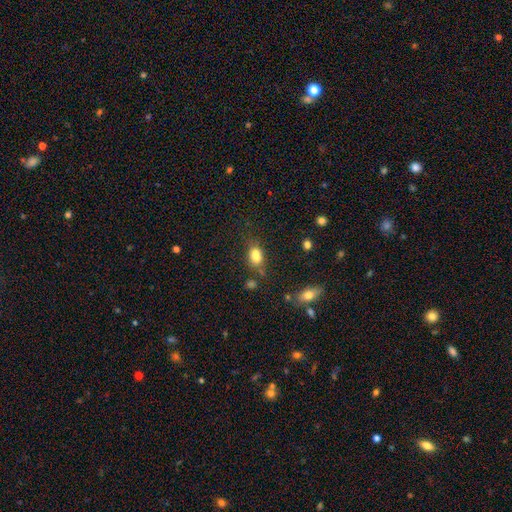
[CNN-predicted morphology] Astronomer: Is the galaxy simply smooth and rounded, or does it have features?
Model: smooth — 75%.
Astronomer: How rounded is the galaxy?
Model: in between — 71%.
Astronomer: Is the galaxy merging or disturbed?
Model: none — 46% (runner-up: merger, 29%).